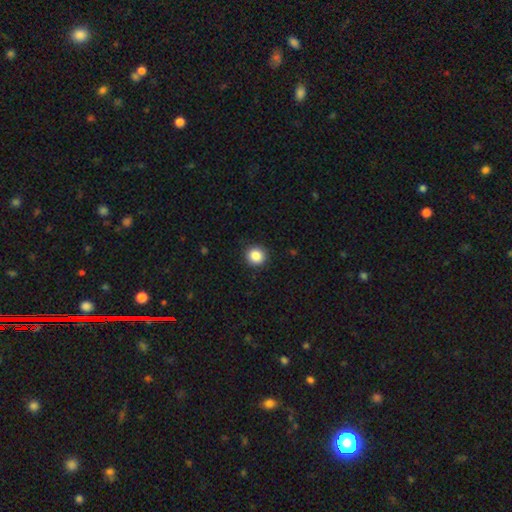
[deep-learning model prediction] Smooth or featured?
  - smooth: 87% *
  - star or artifact: 9%
  - featured or disk: 4%
How rounded?
  - round: 93% *
  - in between: 6%
  - cigar-shaped: 1%
Merging?
  - none: 92% *
  - minor disturbance: 6%
  - major disturbance: 2%
  - merger: 1%